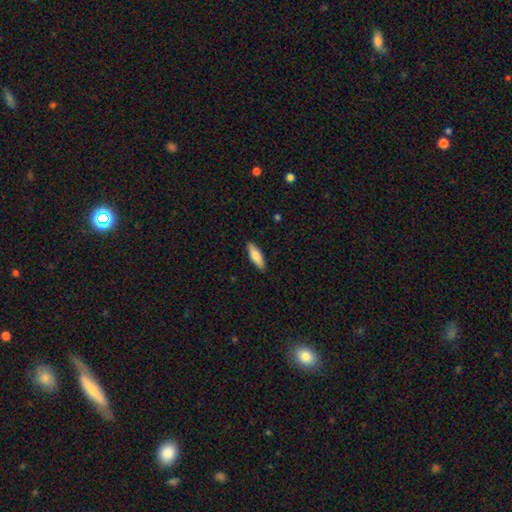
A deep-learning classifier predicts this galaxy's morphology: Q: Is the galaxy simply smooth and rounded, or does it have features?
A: smooth — 77%.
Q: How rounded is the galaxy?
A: cigar-shaped — 50%.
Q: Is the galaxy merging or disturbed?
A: none — 89%.